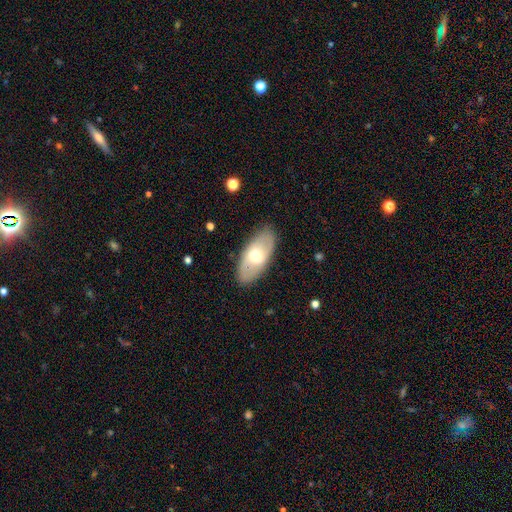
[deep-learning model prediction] This appears to be a featured or disk galaxy (48%). Merging: none (86%).